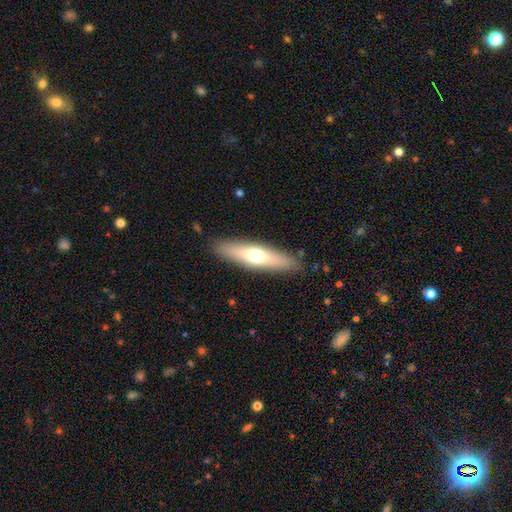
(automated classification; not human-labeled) The model was most divided on "smooth or featured": smooth: 57%, featured or disk: 36%, star or artifact: 6%. More confident: merging — none (88%); how rounded — cigar-shaped (70%).